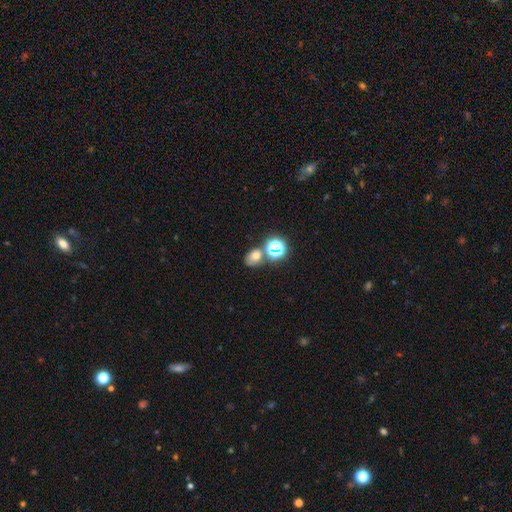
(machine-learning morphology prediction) A smooth galaxy with no disk features (62%) that is in between round and cigar-shaped (55%).

Vote fractions:
- Smooth or featured? smooth: 62% / star or artifact: 26% / featured or disk: 12%
- How rounded? in between: 55% / round: 43% / cigar-shaped: 1%
- Merging? none: 55% / merger: 28% / minor disturbance: 12% / major disturbance: 5%